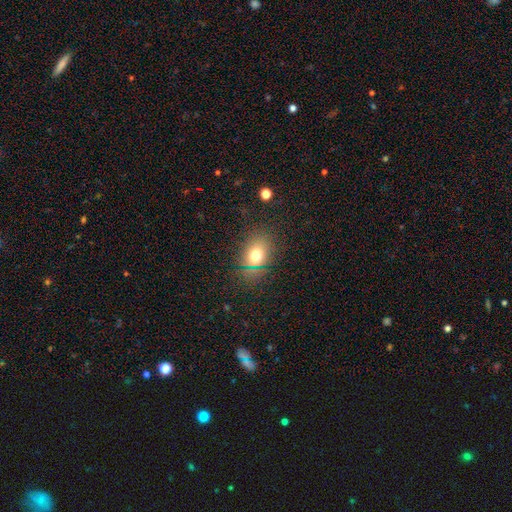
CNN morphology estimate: A smooth galaxy with no disk features (70%) that is in between round and cigar-shaped (62%). Merging: none (79%).